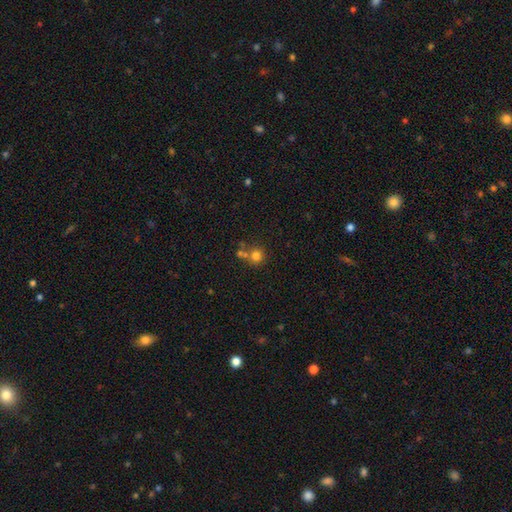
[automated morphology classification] The model was most divided on "merging": none: 60%, merger: 27%, minor disturbance: 9%, major disturbance: 4%. More confident: how rounded — round (90%); smooth or featured — smooth (77%).